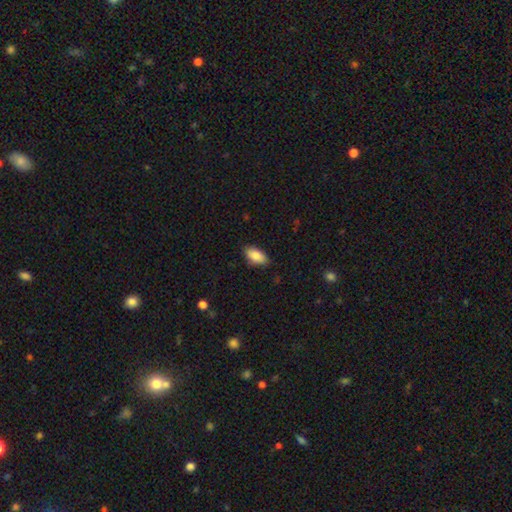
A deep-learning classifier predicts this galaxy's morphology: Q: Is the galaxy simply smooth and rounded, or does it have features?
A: smooth — 86%.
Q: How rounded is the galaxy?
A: in between — 93%.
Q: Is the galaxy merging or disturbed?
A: none — 83%.